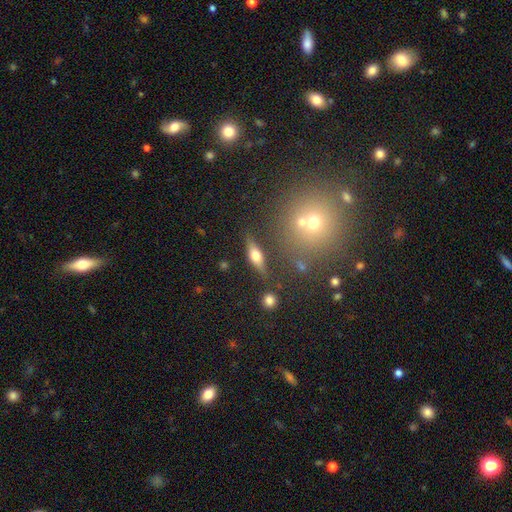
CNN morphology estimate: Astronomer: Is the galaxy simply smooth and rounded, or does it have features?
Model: featured or disk — 50% (runner-up: smooth, 42%).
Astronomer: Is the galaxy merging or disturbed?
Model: none — 80%.